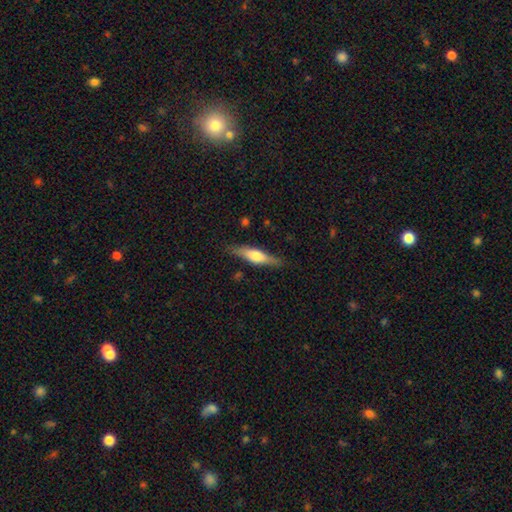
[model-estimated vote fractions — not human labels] smooth-or-featured: featured or disk: 50% | smooth: 44% | star or artifact: 6%
  disk-edge-on: yes: 94% | no: 6%
  merging: none: 84% | minor disturbance: 12% | major disturbance: 3% | merger: 1%